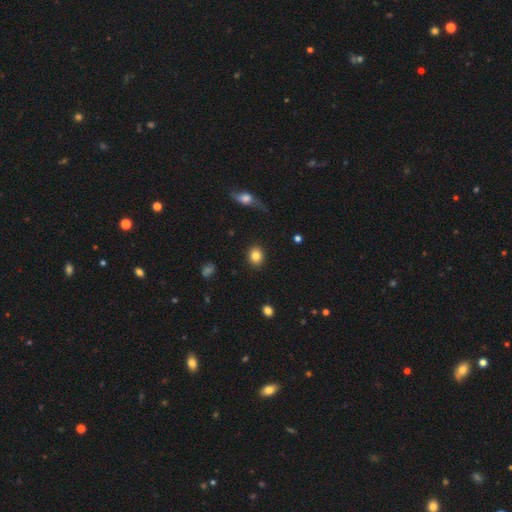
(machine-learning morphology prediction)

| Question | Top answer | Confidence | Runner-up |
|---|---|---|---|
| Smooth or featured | smooth | 84% | star or artifact (9%) |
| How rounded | round | 61% | in between (38%) |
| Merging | none | 89% | minor disturbance (7%) |